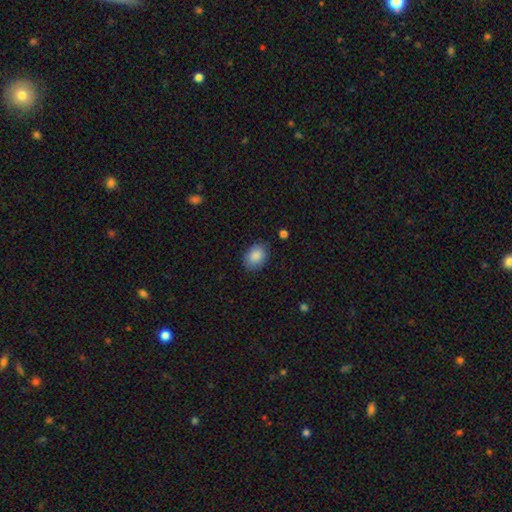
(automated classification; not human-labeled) Smooth or featured? Predicted: smooth (p=0.88). How rounded? Predicted: in between (p=0.73). Merging? Predicted: none (p=0.84).